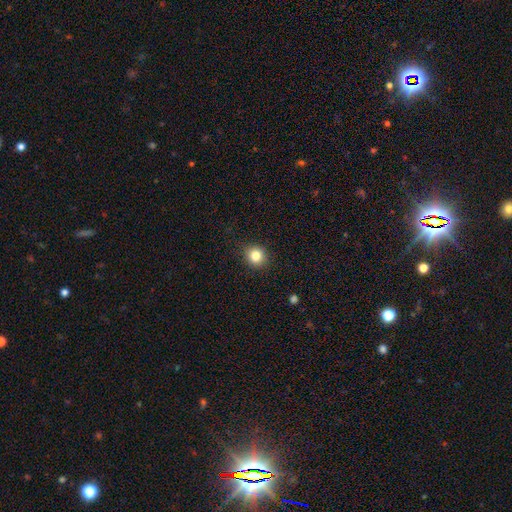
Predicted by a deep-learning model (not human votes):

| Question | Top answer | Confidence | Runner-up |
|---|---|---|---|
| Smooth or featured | smooth | 83% | star or artifact (11%) |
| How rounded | round | 83% | in between (16%) |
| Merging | none | 89% | minor disturbance (8%) |